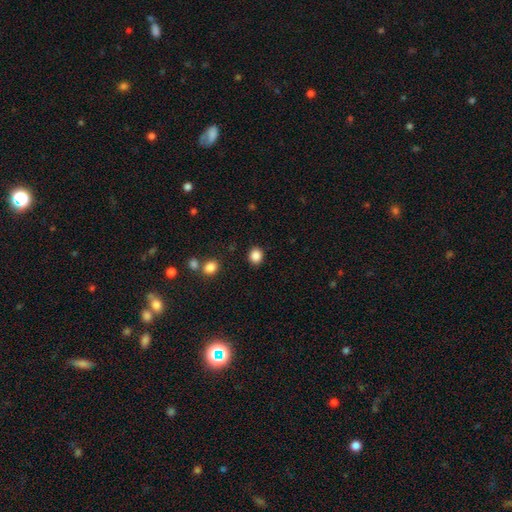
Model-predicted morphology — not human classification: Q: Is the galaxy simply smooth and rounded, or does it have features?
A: smooth — 87%.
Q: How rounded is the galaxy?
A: round — 75%.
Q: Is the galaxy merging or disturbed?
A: none — 89%.